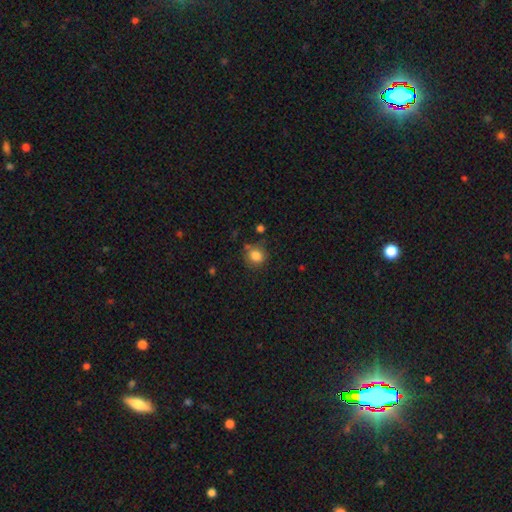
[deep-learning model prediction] Morphology: type=smooth (83%); roundness=round (77%); merging=none (76%).